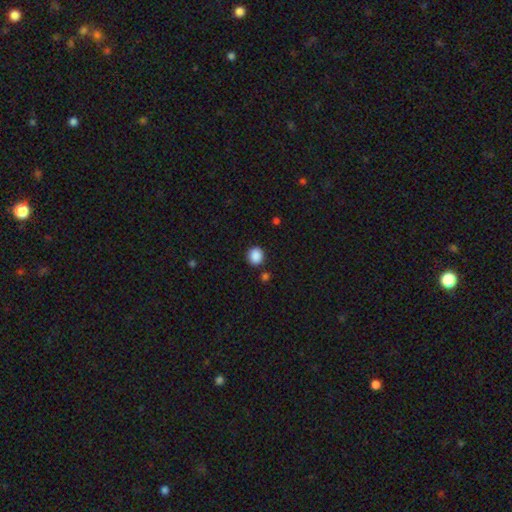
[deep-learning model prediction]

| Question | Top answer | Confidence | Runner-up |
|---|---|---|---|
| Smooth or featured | smooth | 88% | star or artifact (9%) |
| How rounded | round | 73% | in between (26%) |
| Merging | none | 86% | minor disturbance (8%) |